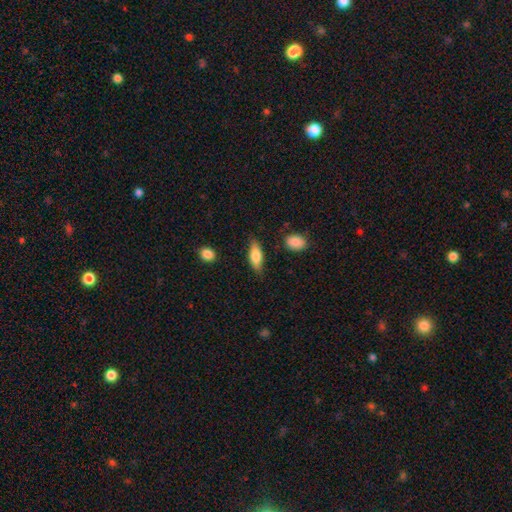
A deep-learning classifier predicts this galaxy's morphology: smooth 75%, featured or disk 19%, star or artifact 6%. Down the decision tree: how rounded — in between (70%); merging — none (79%).